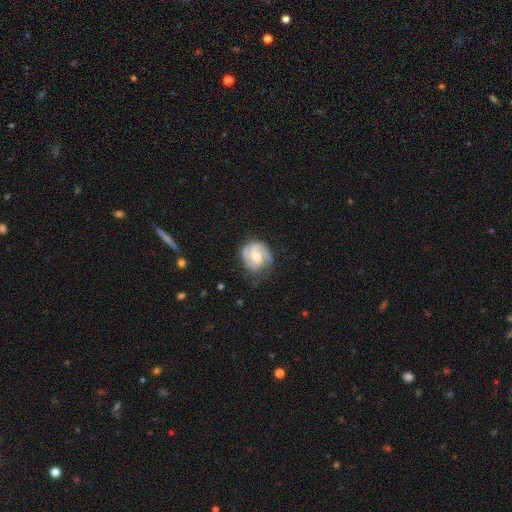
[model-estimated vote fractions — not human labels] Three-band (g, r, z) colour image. It shows a featured or disk galaxy (74%) with a weak bar (50%), 2 (63%) medium (43%) spiral arms (93%) and a moderate central bulge (61%). Merging: none (63%).